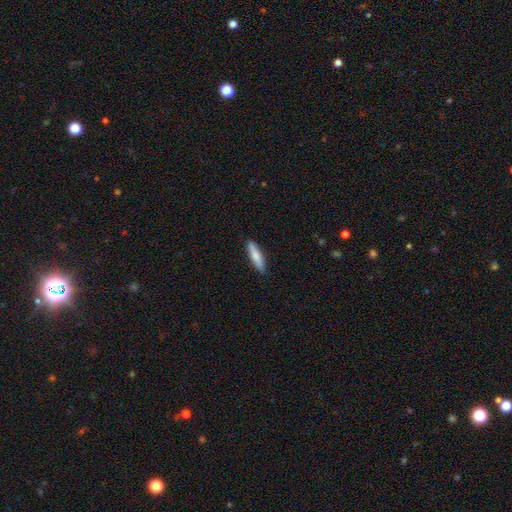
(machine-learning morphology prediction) The model was most divided on "smooth or featured": smooth: 75%, featured or disk: 19%, star or artifact: 5%. More confident: merging — none (89%); how rounded — cigar-shaped (77%).